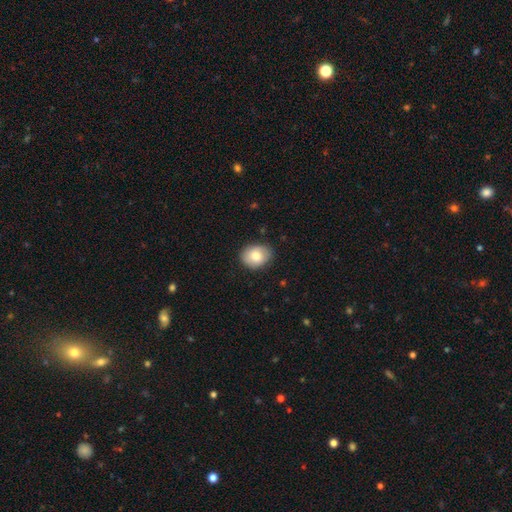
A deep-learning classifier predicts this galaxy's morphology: Smooth or featured: smooth — 77% (featured or disk — 15%)
How rounded: in between — 55% (round — 44%)
Merging: none — 84% (minor disturbance — 13%)